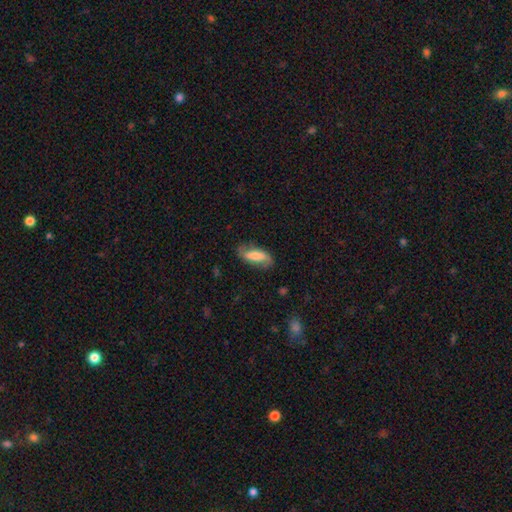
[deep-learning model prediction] Overall: smooth (47%; featured or disk 46%). Merging: none (72%).